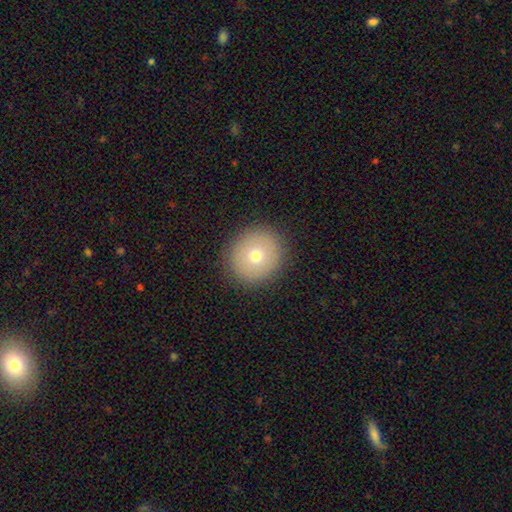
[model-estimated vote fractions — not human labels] Smooth or featured?
  - smooth: 70% *
  - featured or disk: 19%
  - star or artifact: 12%
How rounded?
  - round: 90% *
  - in between: 9%
  - cigar-shaped: 1%
Merging?
  - none: 90% *
  - minor disturbance: 6%
  - major disturbance: 2%
  - merger: 1%